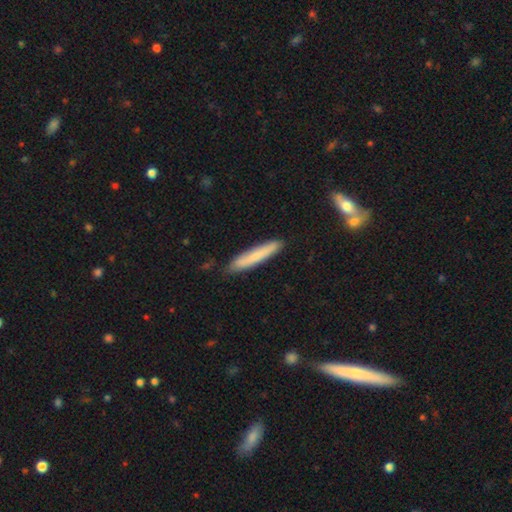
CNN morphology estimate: type=smooth (73%); roundness=cigar-shaped (93%); merging=none (87%).